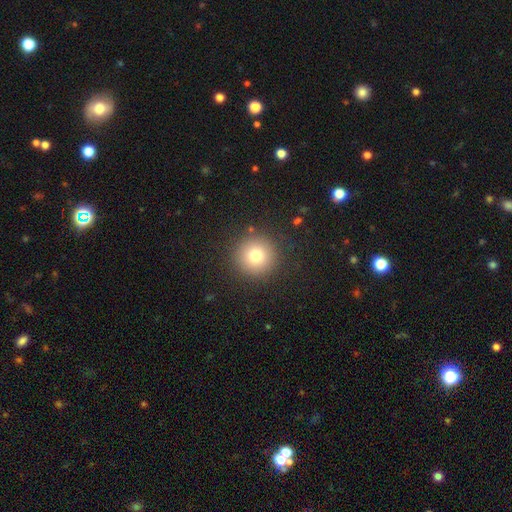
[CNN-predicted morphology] The model was most divided on "smooth or featured": smooth: 78%, star or artifact: 12%, featured or disk: 9%. More confident: how rounded — round (96%); merging — none (89%).